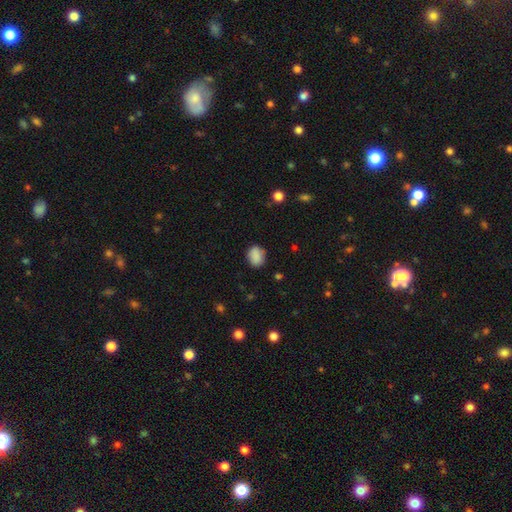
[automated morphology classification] Q: Smooth or featured?
A: smooth (87%); runner-up: star or artifact (8%)
Q: How rounded?
A: in between (60%); runner-up: round (39%)
Q: Merging?
A: none (80%); runner-up: minor disturbance (15%)